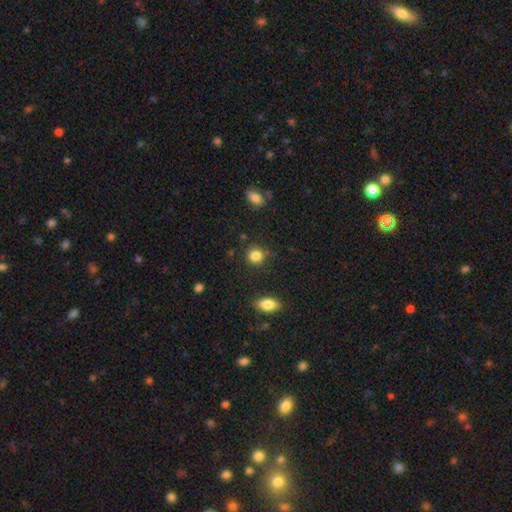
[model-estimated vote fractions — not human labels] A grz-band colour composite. It shows a smooth galaxy with no disk features (85%) that is round (81%). Merging: none (78%).